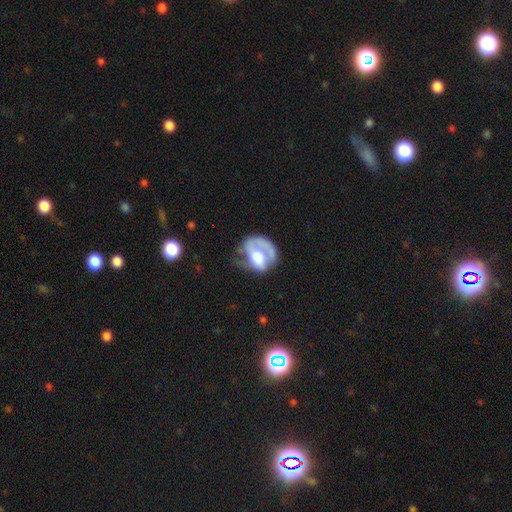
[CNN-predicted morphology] Smooth or featured: featured or disk — 60% (smooth — 34%)
Edge-on disk: no — 97% (yes — 3%)
Bar: no — 71% (weak — 22%)
Spiral arms: yes — 62% (no — 38%)
Bulge size: large — 39% (moderate — 37%)
Merging: major disturbance — 40% (none — 32%)